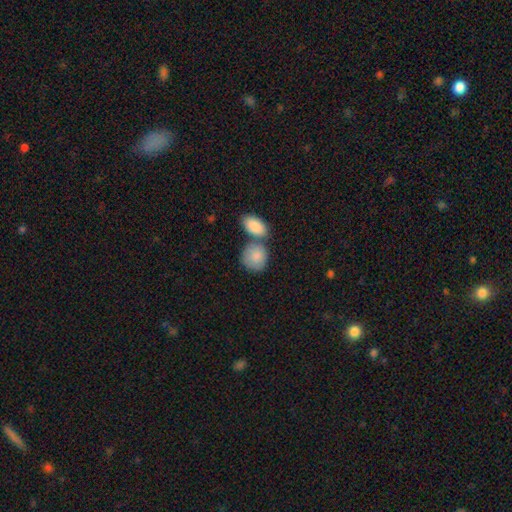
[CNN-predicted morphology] type=smooth (86%); roundness=round (59%); merging=none (45%).